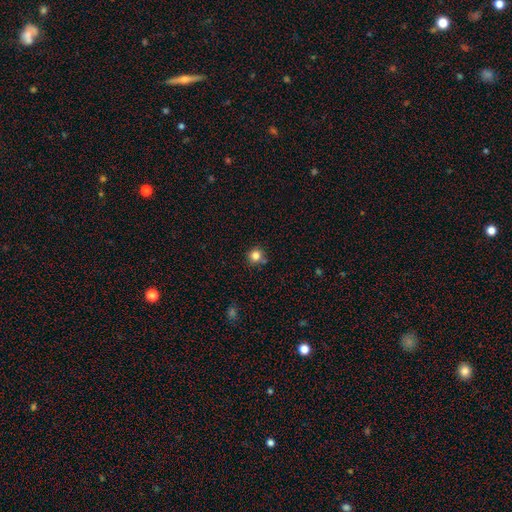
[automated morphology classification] Smooth or featured? Predicted: smooth (p=0.82). How rounded? Predicted: round (p=0.92). Merging? Predicted: none (p=0.78).